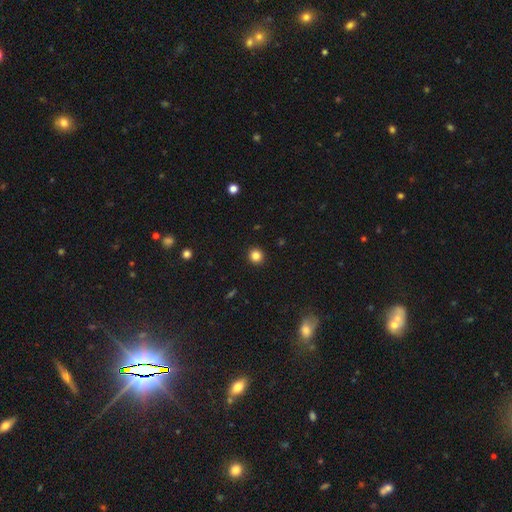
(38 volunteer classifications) smooth_or_featured: smooth (p=0.89) [alt: featured or disk p=0.05]
how_rounded: round (p=0.94) [alt: in between p=0.03]
merging: none (p=0.89) [alt: minor disturbance p=0.11]